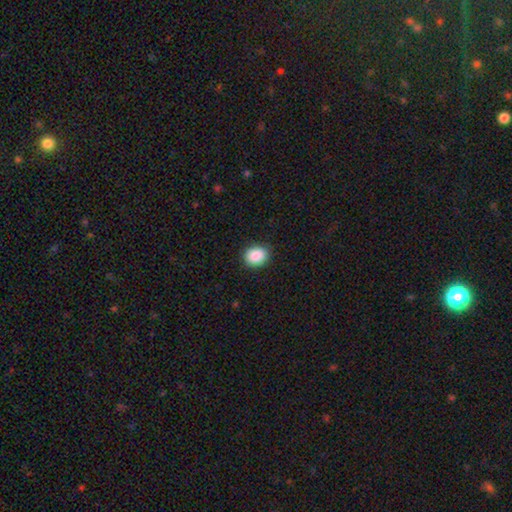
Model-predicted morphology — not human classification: Smooth or featured? smooth (89%)
How rounded? round (52%)
Merging? none (88%)